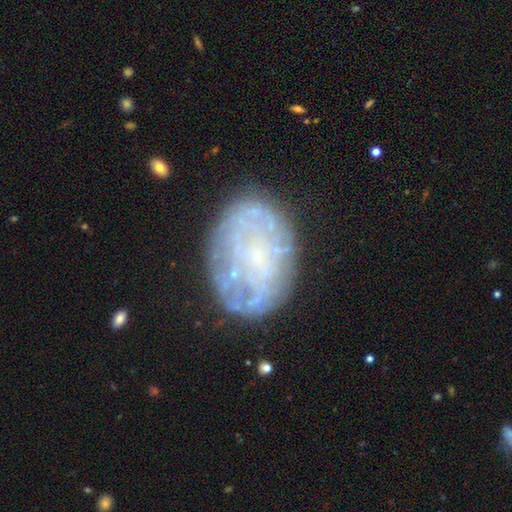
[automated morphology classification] Overall: featured or disk (61%; smooth 28%). Edge-on disk: no (97%). Bar: no (84%). Spiral arms: no (65%; yes 35%). Bulge size: small (44%; none 41%). Merging: none (71%).